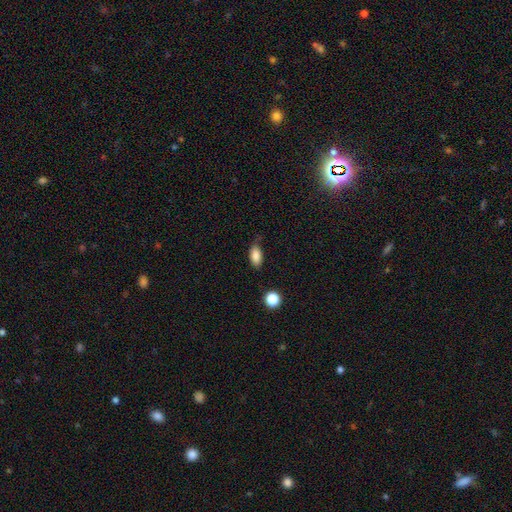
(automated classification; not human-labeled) Smooth or featured?
  - smooth: 85% *
  - star or artifact: 9%
  - featured or disk: 6%
How rounded?
  - in between: 88% *
  - cigar-shaped: 6%
  - round: 5%
Merging?
  - none: 70% *
  - minor disturbance: 22%
  - major disturbance: 5%
  - merger: 2%